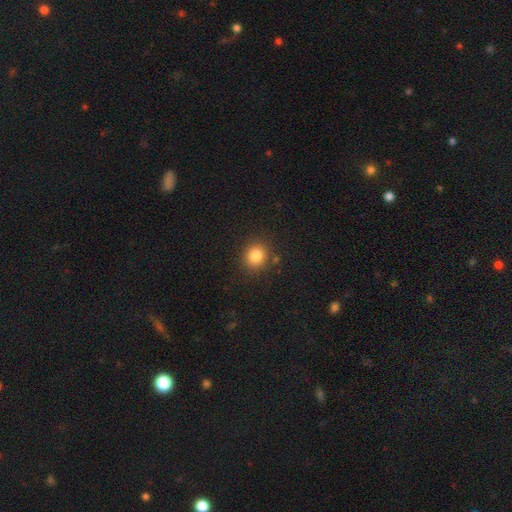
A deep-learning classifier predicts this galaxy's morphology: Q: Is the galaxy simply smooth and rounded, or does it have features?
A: smooth — 84%.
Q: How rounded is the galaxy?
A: round — 82%.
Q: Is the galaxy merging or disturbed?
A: none — 86%.